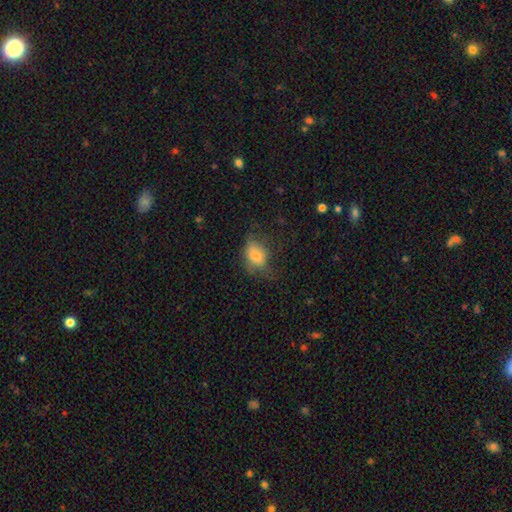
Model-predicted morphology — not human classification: Smooth or featured? Predicted: smooth (p=0.73). How rounded? Predicted: in between (p=0.71). Merging? Predicted: none (p=0.45).